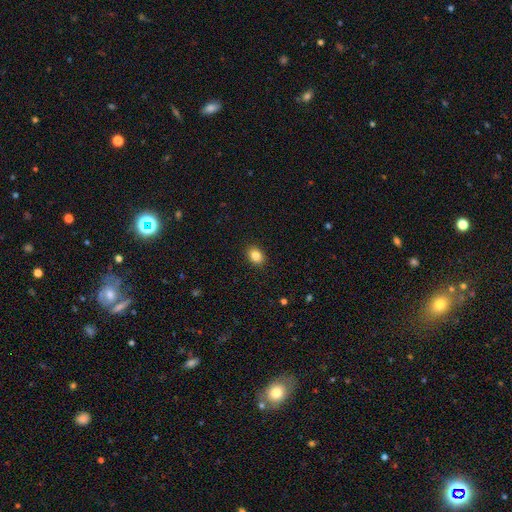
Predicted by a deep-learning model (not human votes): Smooth or featured? Predicted: smooth (p=0.85). How rounded? Predicted: in between (p=0.60). Merging? Predicted: none (p=0.90).